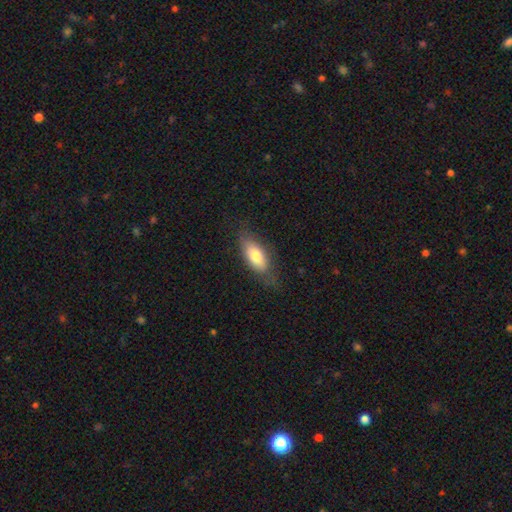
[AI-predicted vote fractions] smooth-or-featured: smooth: 73% | featured or disk: 21% | star or artifact: 7%
  how-rounded: in between: 80% | cigar-shaped: 17% | round: 3%
  merging: none: 71% | minor disturbance: 21% | major disturbance: 7% | merger: 1%